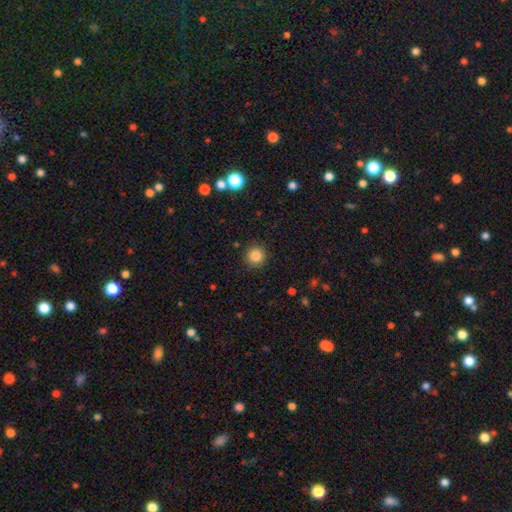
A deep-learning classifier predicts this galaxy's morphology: smooth 85%, star or artifact 11%, featured or disk 4%. Down the decision tree: how rounded — round (94%); merging — none (90%).